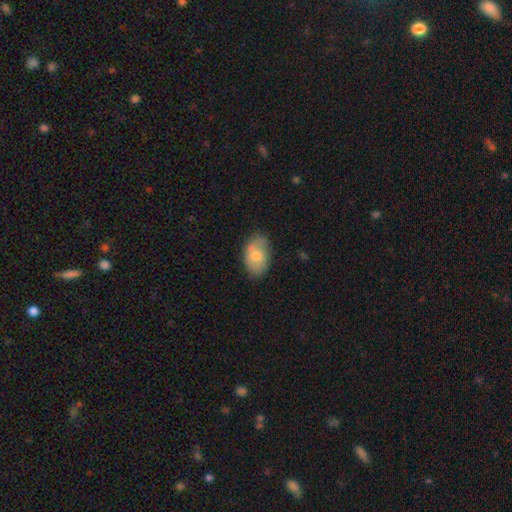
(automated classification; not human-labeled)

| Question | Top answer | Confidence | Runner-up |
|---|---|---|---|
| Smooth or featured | smooth | 71% | featured or disk (22%) |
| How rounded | in between | 91% | round (8%) |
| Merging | none | 72% | minor disturbance (23%) |